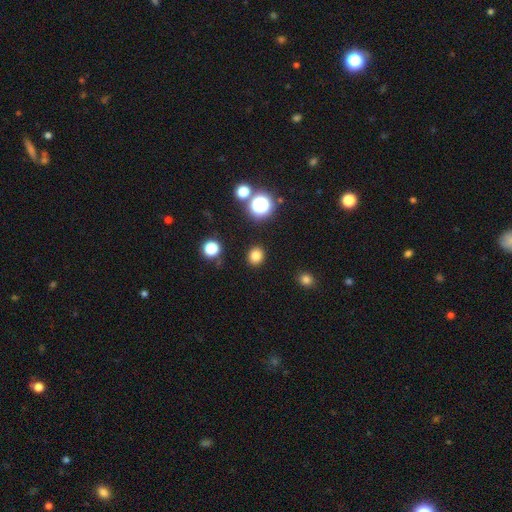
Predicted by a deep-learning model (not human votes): A smooth galaxy with no disk features (80%) that is round (76%).

Vote fractions:
- Smooth or featured? smooth: 80% / star or artifact: 15% / featured or disk: 5%
- How rounded? round: 76% / in between: 23% / cigar-shaped: 1%
- Merging? none: 90% / minor disturbance: 7% / major disturbance: 2% / merger: 2%